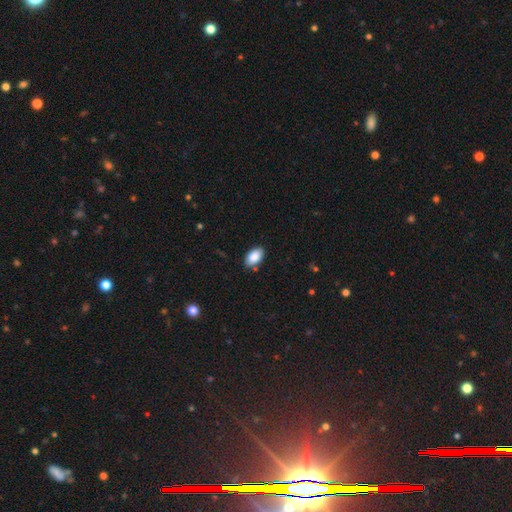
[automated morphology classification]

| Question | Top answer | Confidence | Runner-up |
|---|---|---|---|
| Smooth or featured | smooth | 88% | star or artifact (7%) |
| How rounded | in between | 94% | round (5%) |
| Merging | none | 84% | minor disturbance (11%) |